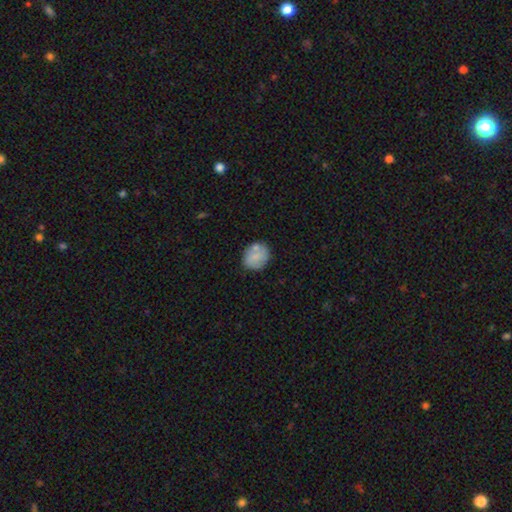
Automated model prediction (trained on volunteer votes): Smooth or featured: smooth — 72% (featured or disk — 21%)
How rounded: round — 67% (in between — 32%)
Merging: none — 64% (minor disturbance — 19%)